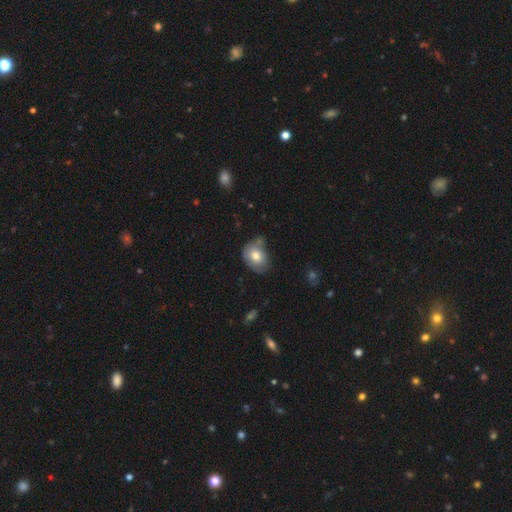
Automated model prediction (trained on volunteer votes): The model was most divided on "merging": none: 51%, minor disturbance: 30%, merger: 11%, major disturbance: 8%. More confident: smooth or featured — smooth (77%); how rounded — in between (64%).